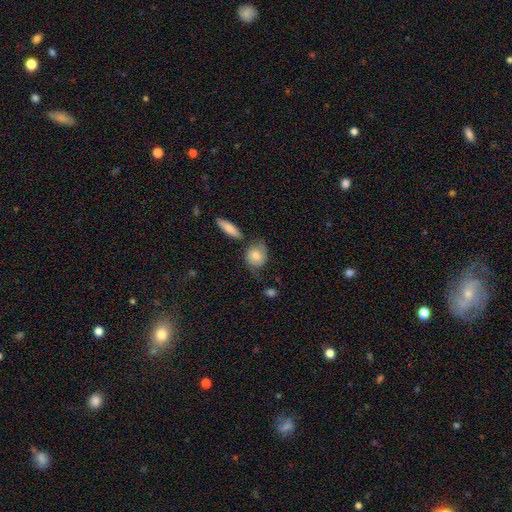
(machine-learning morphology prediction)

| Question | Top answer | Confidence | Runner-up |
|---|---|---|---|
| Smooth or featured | smooth | 67% | featured or disk (26%) |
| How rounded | round | 58% | in between (39%) |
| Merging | none | 55% | minor disturbance (26%) |